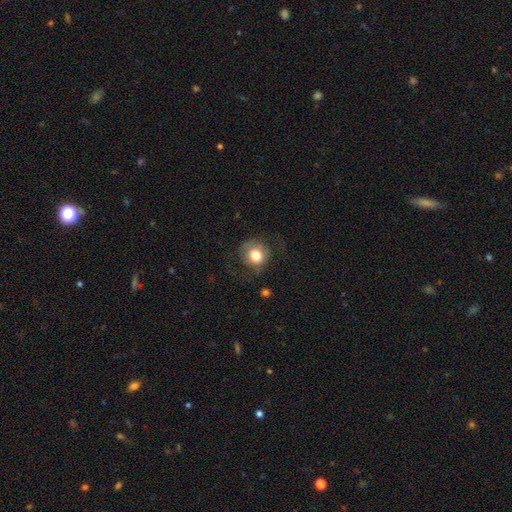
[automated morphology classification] A smooth galaxy with no disk features (75%) that is round (82%). Merging: none (61%).